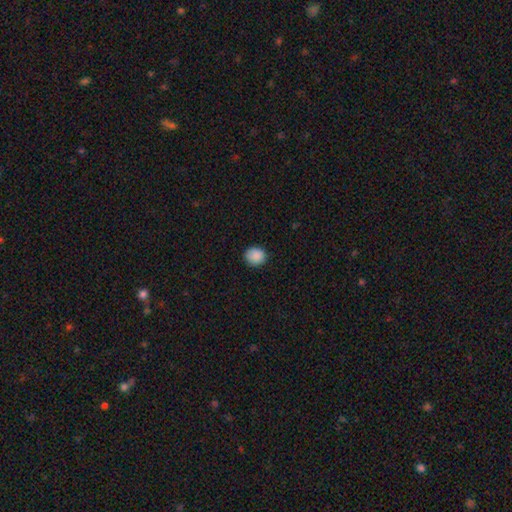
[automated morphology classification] Smooth or featured: smooth — 89% (star or artifact — 8%)
How rounded: round — 73% (in between — 27%)
Merging: none — 88% (minor disturbance — 9%)